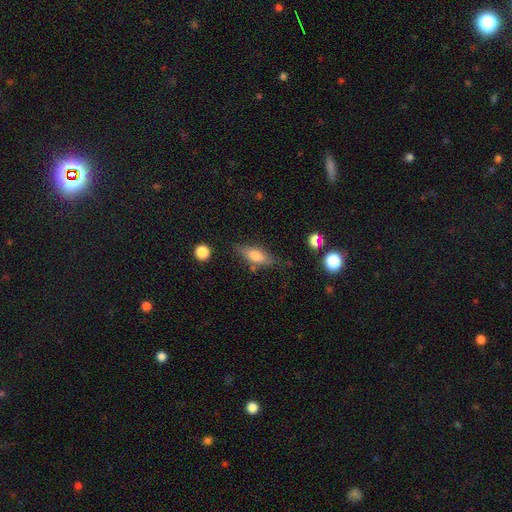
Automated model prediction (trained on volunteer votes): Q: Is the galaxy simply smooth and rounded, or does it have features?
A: smooth — 62%.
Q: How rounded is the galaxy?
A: in between — 60%.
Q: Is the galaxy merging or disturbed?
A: none — 72%.